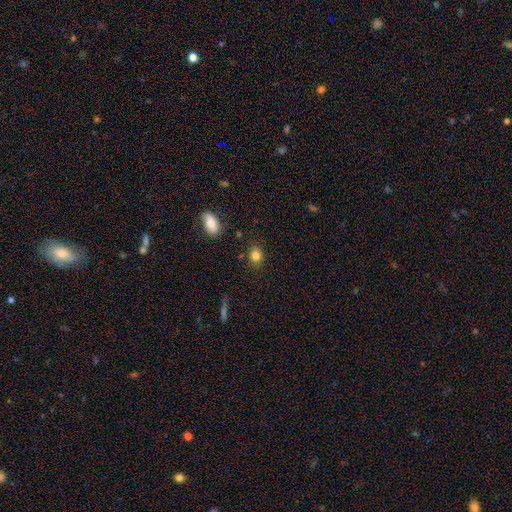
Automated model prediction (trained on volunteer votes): Smooth or featured: smooth — 83% (star or artifact — 10%)
How rounded: in between — 53% (round — 45%)
Merging: none — 83% (minor disturbance — 11%)